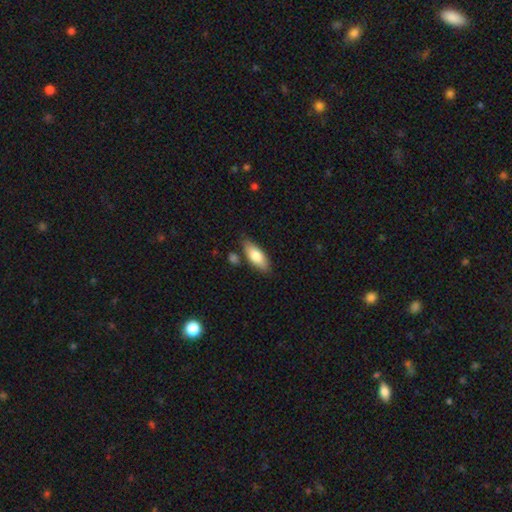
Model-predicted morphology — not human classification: The model was most divided on "how rounded": in between: 75%, cigar-shaped: 22%, round: 2%. More confident: merging — none (78%); smooth or featured — smooth (77%).